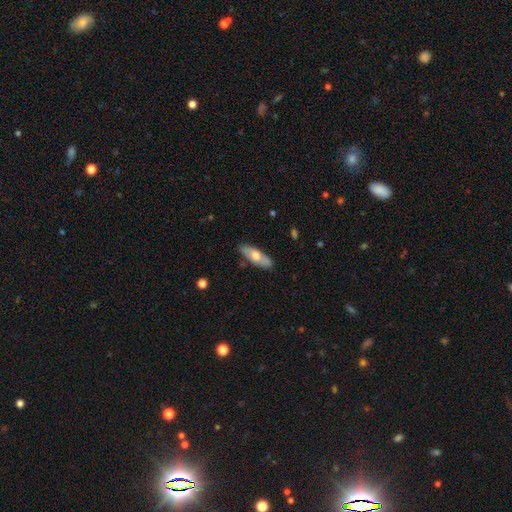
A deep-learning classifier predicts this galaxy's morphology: A smooth galaxy with no disk features (56%) that is in between round and cigar-shaped (66%). Merging: none (83%).